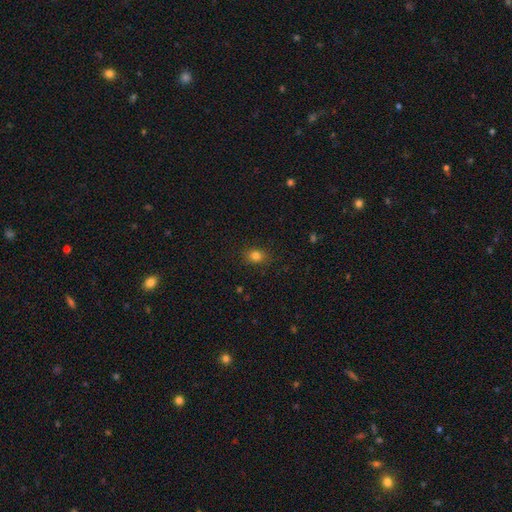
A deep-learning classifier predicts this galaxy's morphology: Smooth or featured: smooth — 81% (star or artifact — 13%)
How rounded: round — 54% (in between — 45%)
Merging: none — 85% (minor disturbance — 11%)